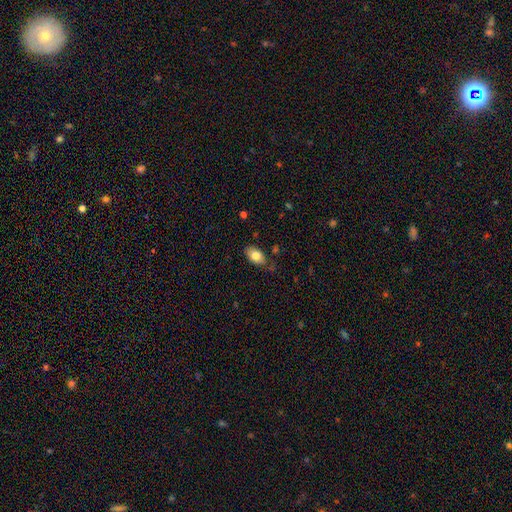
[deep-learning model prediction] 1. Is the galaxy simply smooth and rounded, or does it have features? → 80% smooth, 13% featured or disk, 7% star or artifact.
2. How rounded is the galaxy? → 90% in between, 8% round, 2% cigar-shaped.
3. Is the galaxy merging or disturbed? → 77% none, 18% minor disturbance, 3% major disturbance, 2% merger.